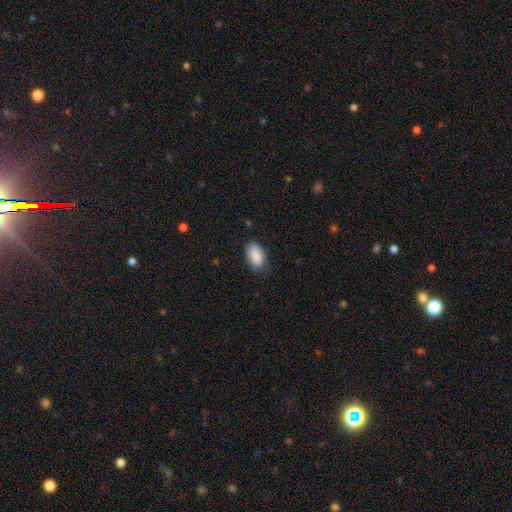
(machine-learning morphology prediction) The model was most divided on "merging": none: 79%, minor disturbance: 17%, major disturbance: 3%, merger: 1%. More confident: how rounded — in between (94%); smooth or featured — smooth (89%).